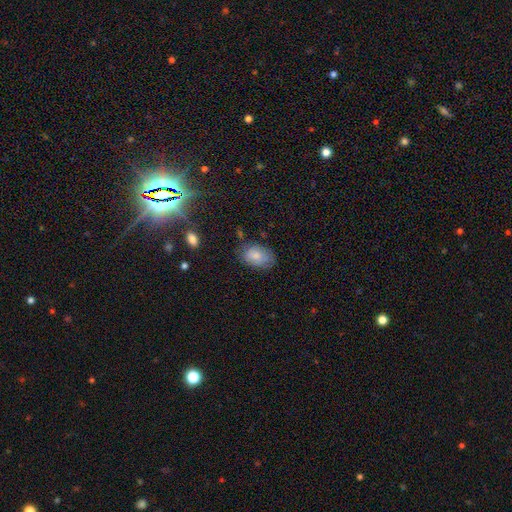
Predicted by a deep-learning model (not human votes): smooth_or_featured: smooth (p=0.79) [alt: featured or disk p=0.14]
how_rounded: in between (p=0.88) [alt: round p=0.11]
merging: none (p=0.71) [alt: minor disturbance p=0.22]